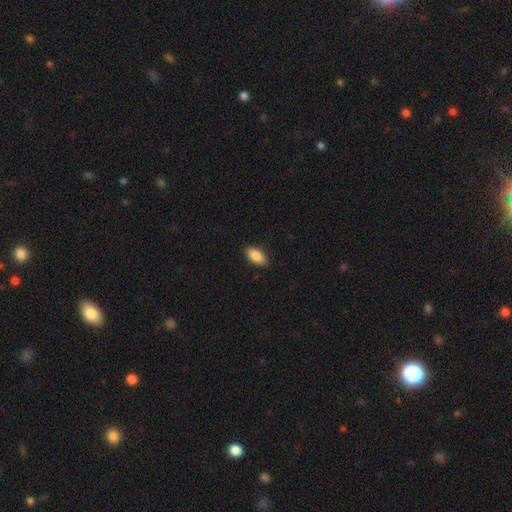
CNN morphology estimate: Smooth or featured? smooth (87%)
How rounded? in between (92%)
Merging? none (88%)